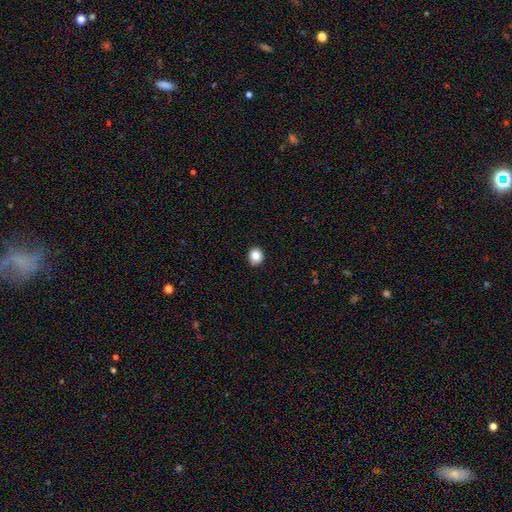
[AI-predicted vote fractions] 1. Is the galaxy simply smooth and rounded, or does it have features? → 86% smooth, 10% star or artifact, 4% featured or disk.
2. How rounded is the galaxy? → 80% round, 19% in between, 1% cigar-shaped.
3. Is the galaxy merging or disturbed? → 91% none, 7% minor disturbance, 2% major disturbance, 1% merger.